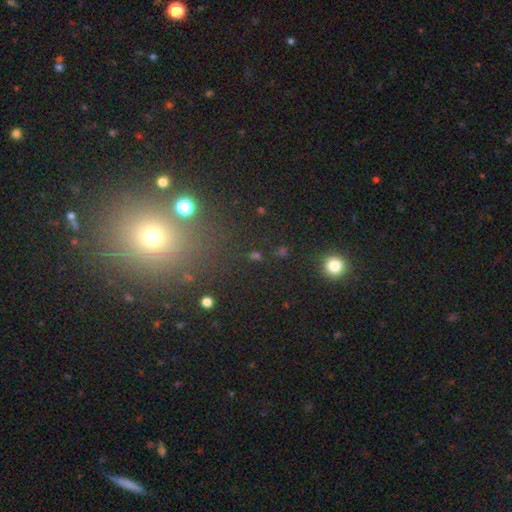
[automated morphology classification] Smooth or featured? Predicted: smooth (p=0.52). How rounded? Predicted: round (p=0.80). Merging? Predicted: none (p=0.81).